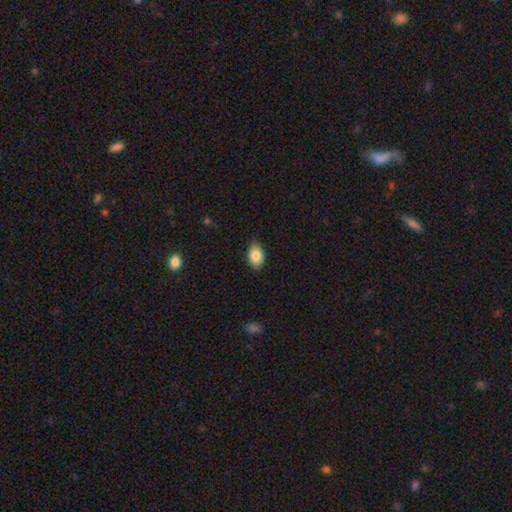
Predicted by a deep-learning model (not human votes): This is clearly a smooth galaxy (84%). How rounded: clearly in between (89%). Merging: clearly none (85%).